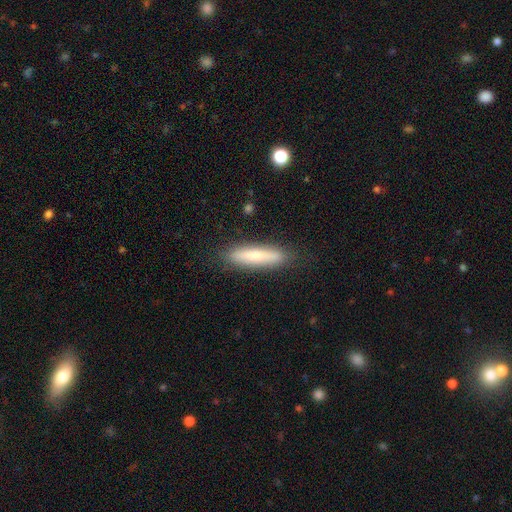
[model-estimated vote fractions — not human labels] Morphology: type=smooth (75%); roundness=cigar-shaped (84%); merging=none (86%).